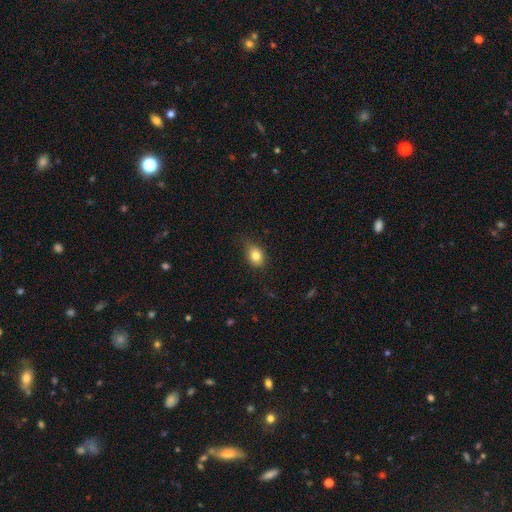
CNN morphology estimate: type=smooth (81%); roundness=in between (64%); merging=none (71%).